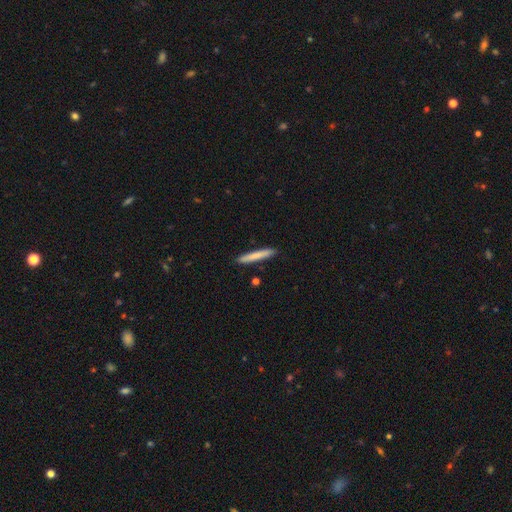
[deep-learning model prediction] Overall: smooth (79%). How rounded: cigar-shaped (95%). Merging: none (90%).